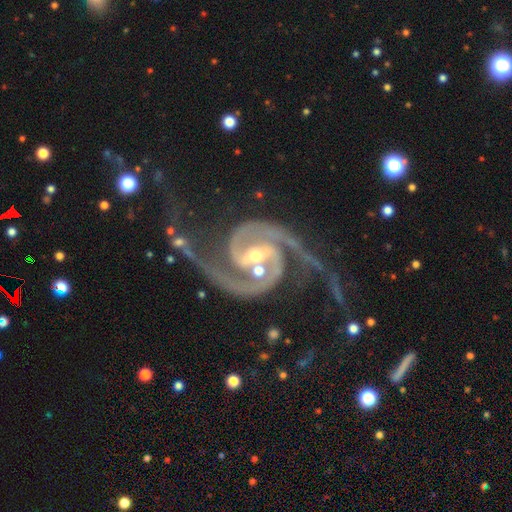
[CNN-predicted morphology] A featured or disk galaxy (94%) with a strong bar (42%), 2 (93%) medium (58%) spiral arms (99%) and a small central bulge (51%). Merging: none (58%).